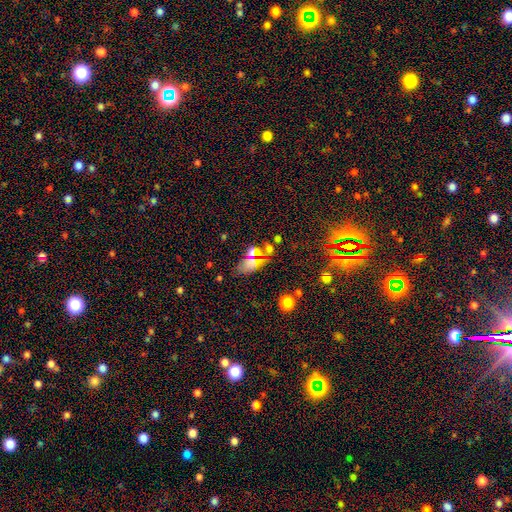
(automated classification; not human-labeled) Overall: smooth (55%; star or artifact 33%). How rounded: in between (80%). Merging: none (64%).